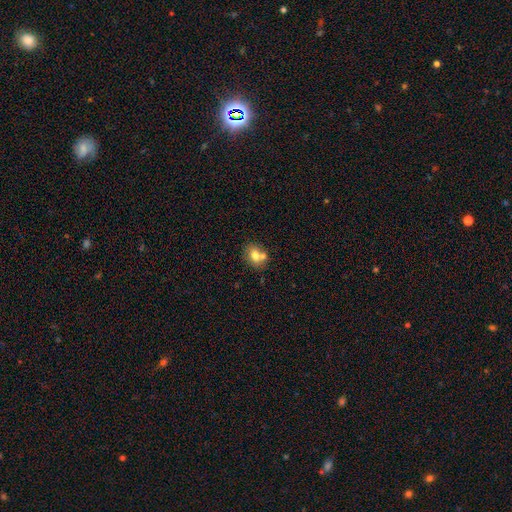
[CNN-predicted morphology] Smooth or featured? smooth (72%)
How rounded? round (53%)
Merging? none (52%)